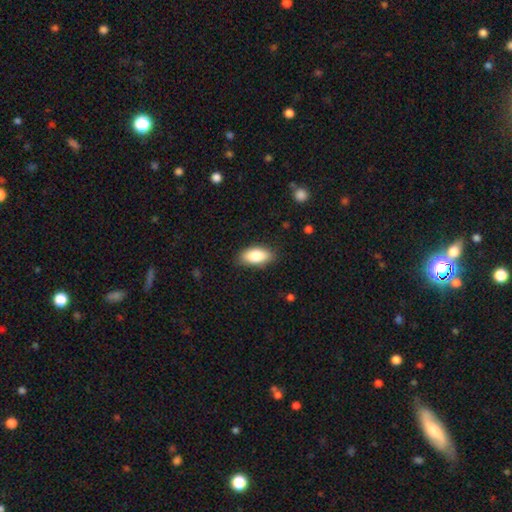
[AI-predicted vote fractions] Q: Smooth or featured?
A: smooth (85%); runner-up: featured or disk (8%)
Q: How rounded?
A: in between (91%); runner-up: cigar-shaped (6%)
Q: Merging?
A: none (84%); runner-up: minor disturbance (12%)